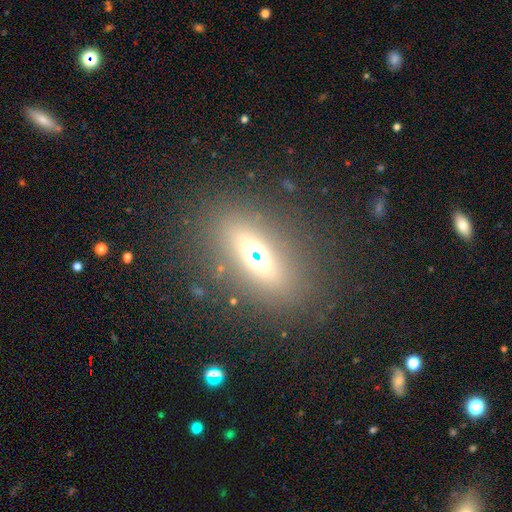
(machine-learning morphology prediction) A smooth galaxy with no disk features (42%).

Vote fractions:
- Smooth or featured? smooth: 42% / featured or disk: 31% / star or artifact: 28%
- Merging? none: 83% / minor disturbance: 9% / major disturbance: 6% / merger: 2%